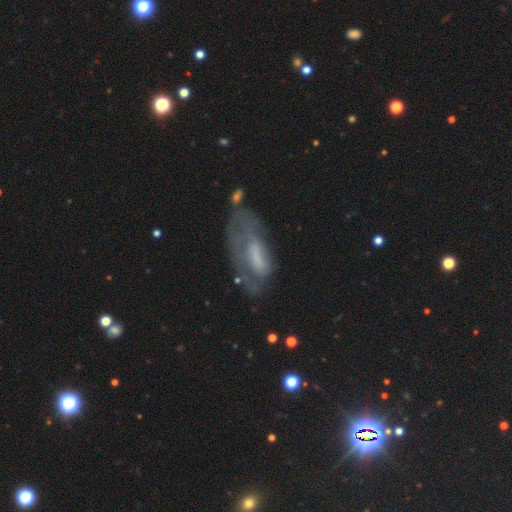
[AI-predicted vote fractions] Morphology: type=featured or disk (49%); merging=none (43%).